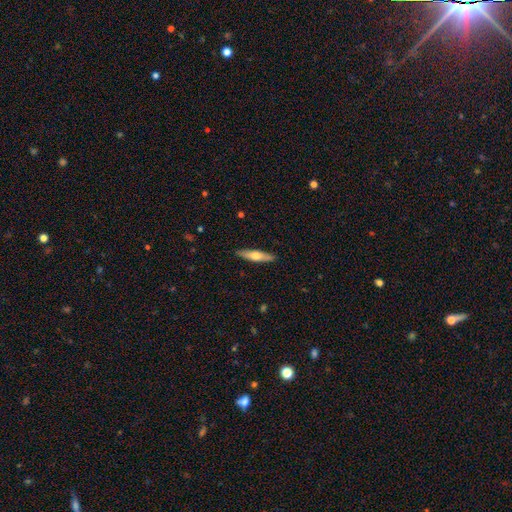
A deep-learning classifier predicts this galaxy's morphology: This appears to be a featured or disk galaxy (48%). Merging: none (90%).